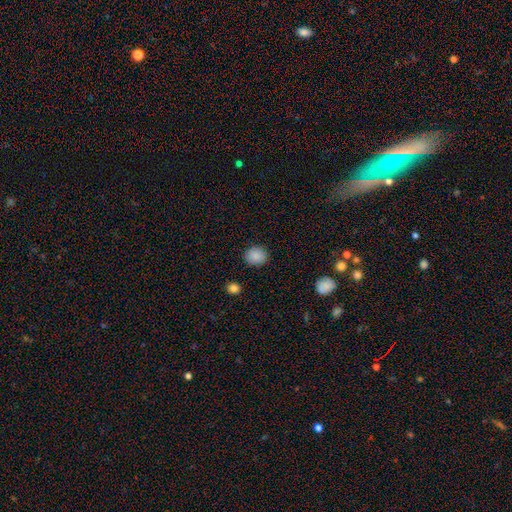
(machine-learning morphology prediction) This is clearly a smooth galaxy (88%). How rounded: likely round (72%). Merging: clearly none (88%).